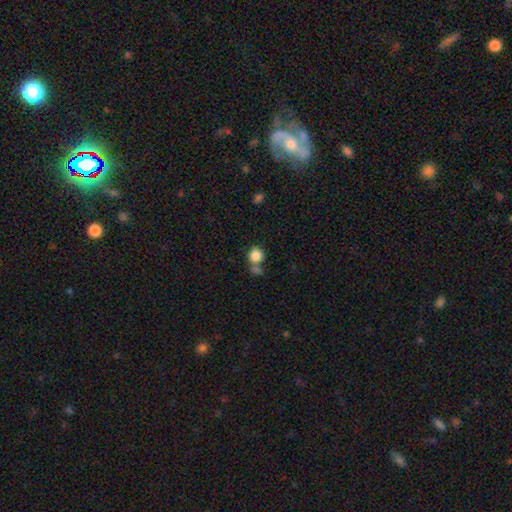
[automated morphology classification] smooth-or-featured: smooth: 85% | star or artifact: 9% | featured or disk: 6%
  how-rounded: round: 84% | in between: 15% | cigar-shaped: 1%
  merging: none: 51% | merger: 32% | minor disturbance: 11% | major disturbance: 5%